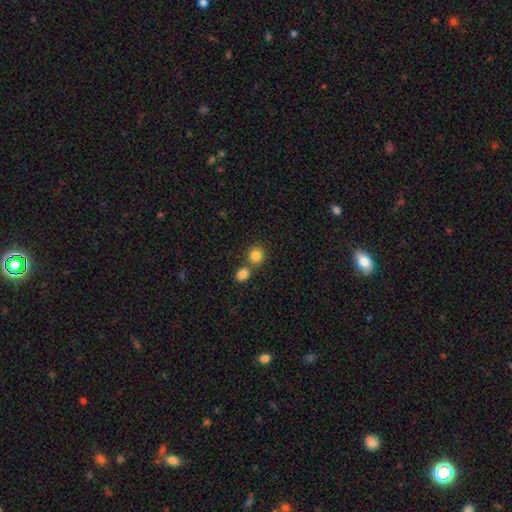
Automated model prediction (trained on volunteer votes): Smooth or featured: smooth — 83% (star or artifact — 11%)
How rounded: round — 86% (in between — 13%)
Merging: none — 60% (merger — 30%)